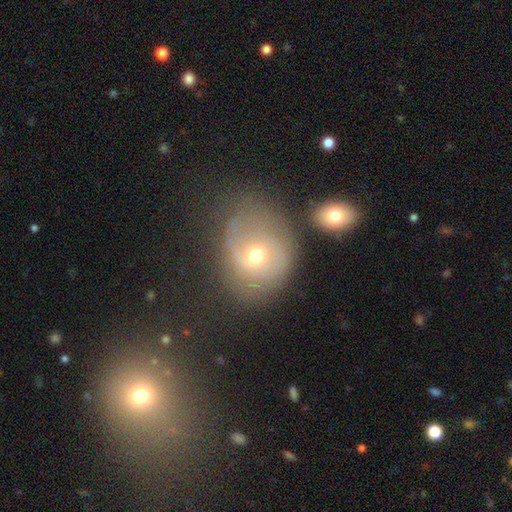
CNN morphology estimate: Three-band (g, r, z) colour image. It shows a featured or disk galaxy (48%). Merging: none (41%).